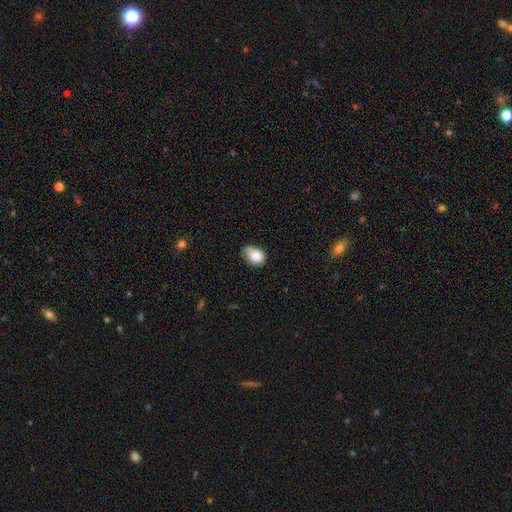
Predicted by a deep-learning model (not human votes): Smooth or featured? smooth (79%)
How rounded? in between (63%)
Merging? none (44%)